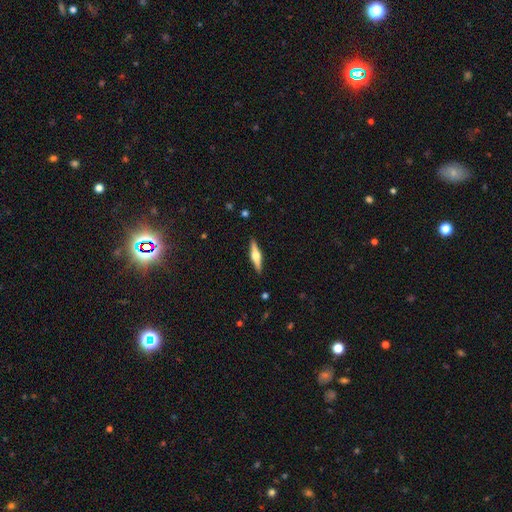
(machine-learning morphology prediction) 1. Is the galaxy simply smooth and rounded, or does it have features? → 68% featured or disk, 27% smooth, 5% star or artifact.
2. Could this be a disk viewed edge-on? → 97% yes, 3% no.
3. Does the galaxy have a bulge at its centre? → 93% rounded, 5% boxy, 2% none.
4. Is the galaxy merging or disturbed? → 91% none, 7% minor disturbance, 1% major disturbance, 1% merger.